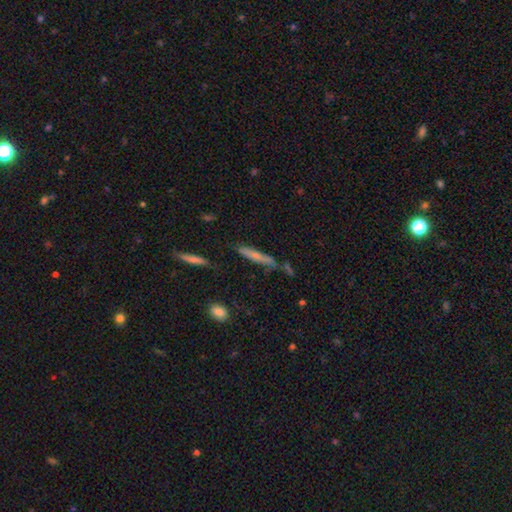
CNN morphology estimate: A smooth galaxy with no disk features (54%) that is cigar-shaped (90%).

Vote fractions:
- Smooth or featured? smooth: 54% / featured or disk: 37% / star or artifact: 9%
- How rounded? cigar-shaped: 90% / in between: 8% / round: 2%
- Merging? none: 67% / minor disturbance: 19% / merger: 9% / major disturbance: 5%